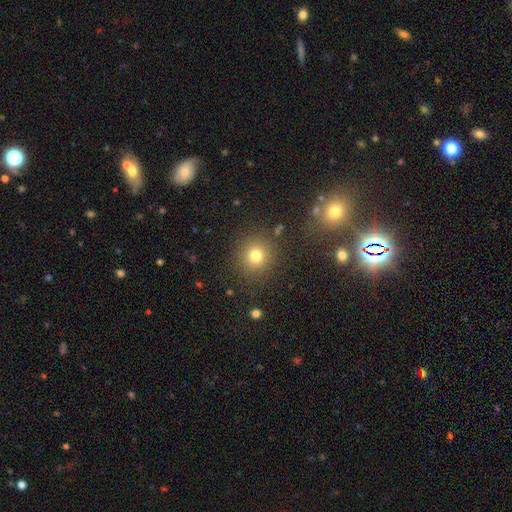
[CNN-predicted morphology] smooth_or_featured: smooth (p=0.76) [alt: star or artifact p=0.16]
how_rounded: round (p=0.91) [alt: in between p=0.08]
merging: none (p=0.87) [alt: minor disturbance p=0.07]